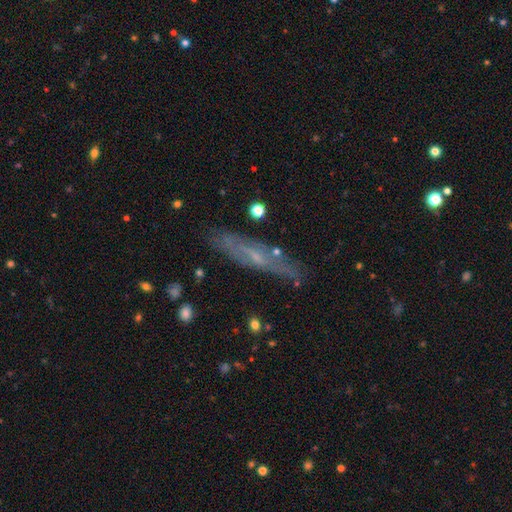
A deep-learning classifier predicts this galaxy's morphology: smooth-or-featured: featured or disk: 60% | smooth: 32% | star or artifact: 9%
  disk-edge-on: yes: 56% | no: 44%
  merging: none: 75% | minor disturbance: 17% | major disturbance: 5% | merger: 3%